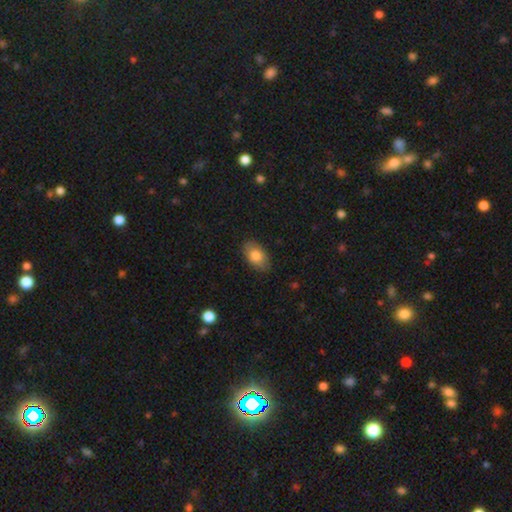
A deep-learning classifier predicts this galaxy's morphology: This appears to be a smooth galaxy with no disk features (80%) that is in between round and cigar-shaped (90%). Merging: none (84%).